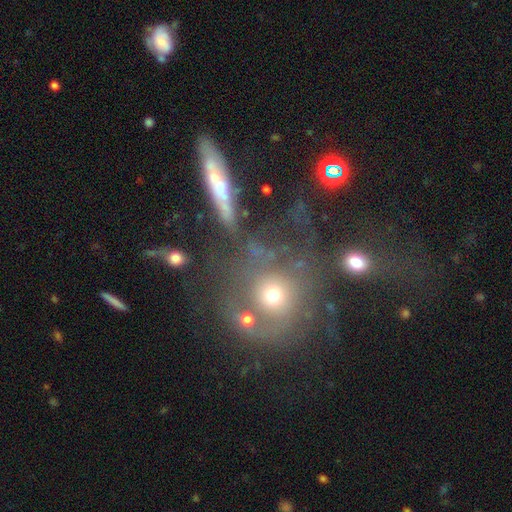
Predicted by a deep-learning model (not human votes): The model was most divided on "smooth or featured": smooth: 46%, featured or disk: 35%, star or artifact: 19%. More confident: merging — none (56%).